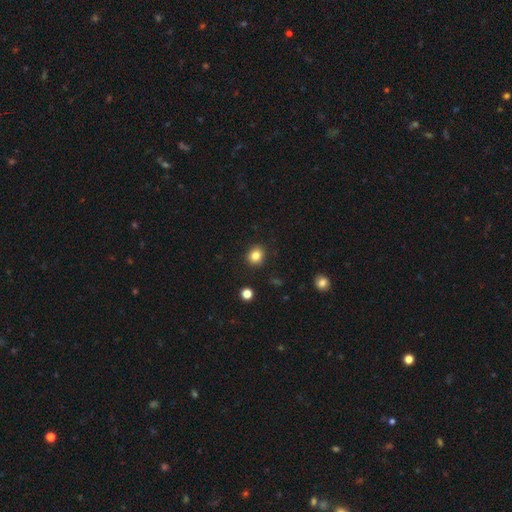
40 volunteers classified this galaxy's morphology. Smooth or featured? 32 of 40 (80%) said smooth. How rounded? 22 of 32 (69%) said round. Merging? 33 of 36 (92%) said none.